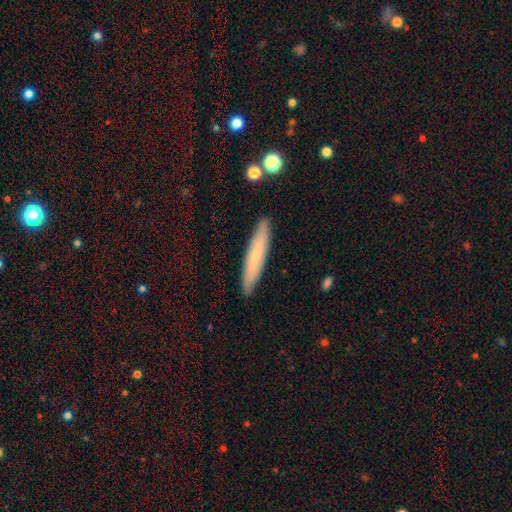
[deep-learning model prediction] Q: Smooth or featured?
A: smooth (61%); runner-up: featured or disk (32%)
Q: How rounded?
A: cigar-shaped (89%); runner-up: in between (9%)
Q: Merging?
A: none (89%); runner-up: minor disturbance (8%)